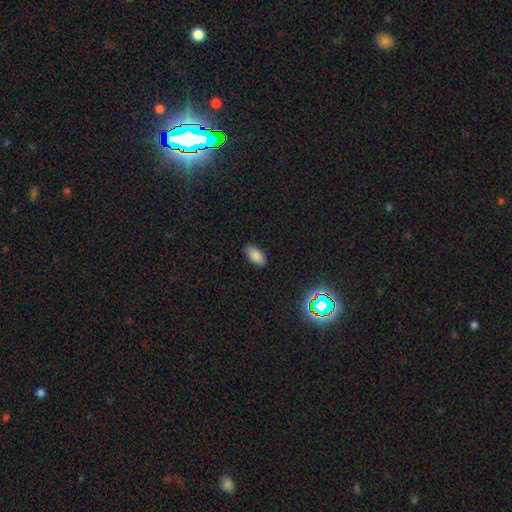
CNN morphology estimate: A smooth galaxy with no disk features (83%) that is in between round and cigar-shaped (92%). Merging: none (87%).